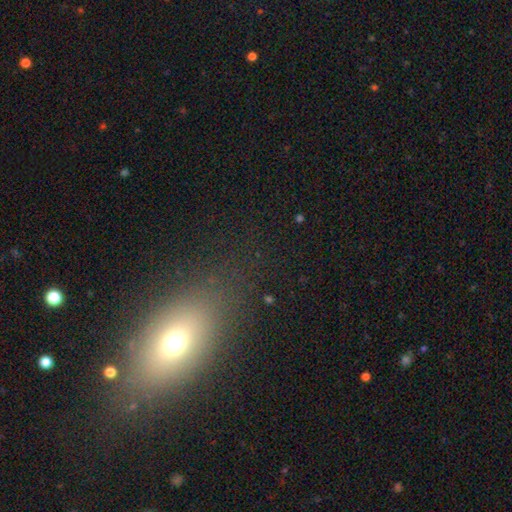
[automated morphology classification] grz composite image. It shows a smooth galaxy with no disk features (59%) that is in between round and cigar-shaped (66%). Merging: none (79%).